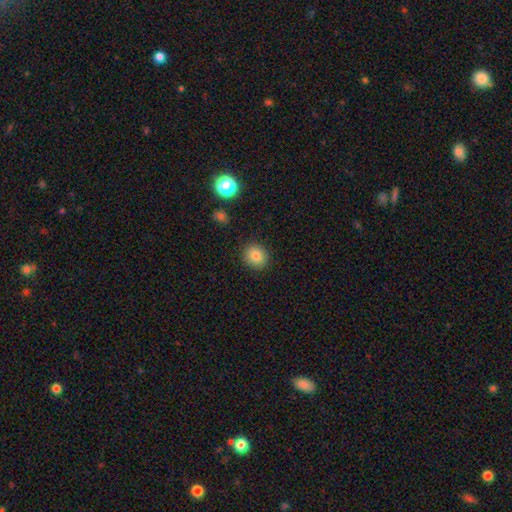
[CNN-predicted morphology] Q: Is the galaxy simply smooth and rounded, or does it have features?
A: smooth — 84%.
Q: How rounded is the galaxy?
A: round — 79%.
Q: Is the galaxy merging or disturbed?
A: none — 89%.